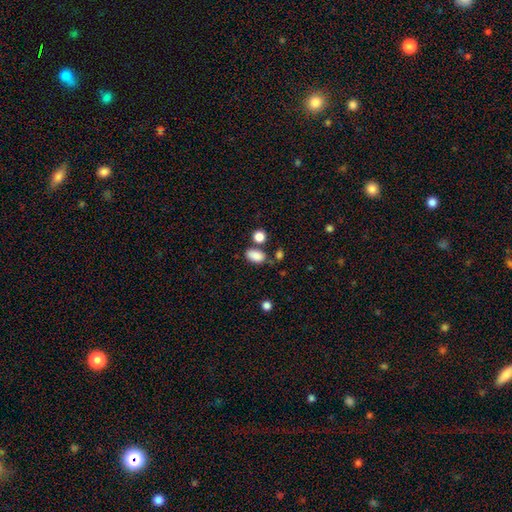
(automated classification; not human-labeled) Q: Smooth or featured?
A: smooth (86%); runner-up: star or artifact (9%)
Q: How rounded?
A: in between (87%); runner-up: round (11%)
Q: Merging?
A: none (64%); runner-up: minor disturbance (17%)